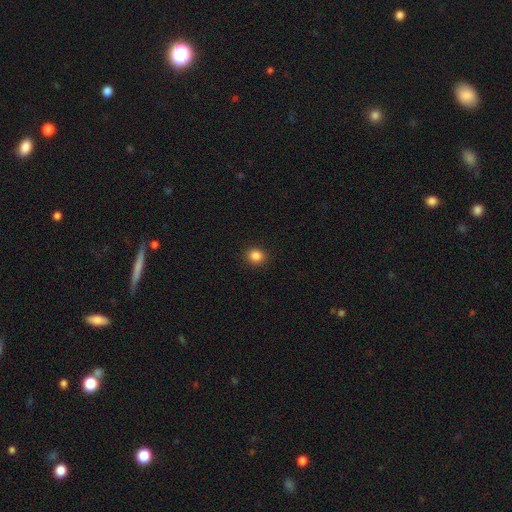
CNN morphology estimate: Q: Smooth or featured?
A: smooth (86%); runner-up: star or artifact (11%)
Q: How rounded?
A: round (78%); runner-up: in between (21%)
Q: Merging?
A: none (91%); runner-up: minor disturbance (6%)